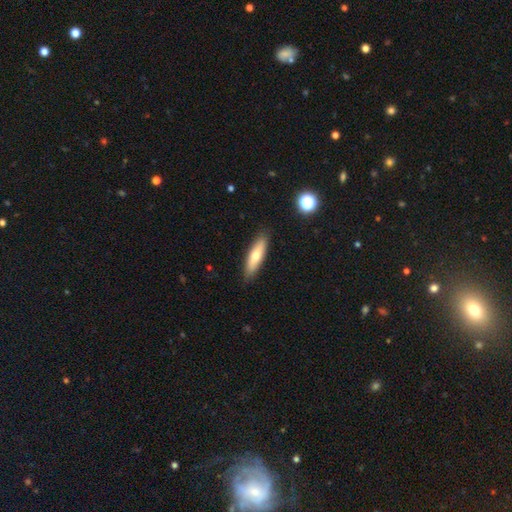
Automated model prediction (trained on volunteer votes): A smooth galaxy with no disk features (67%) that is cigar-shaped (66%).

Vote fractions:
- Smooth or featured? smooth: 67% / featured or disk: 27% / star or artifact: 6%
- How rounded? cigar-shaped: 66% / in between: 33% / round: 2%
- Merging? none: 87% / minor disturbance: 10% / major disturbance: 2% / merger: 1%